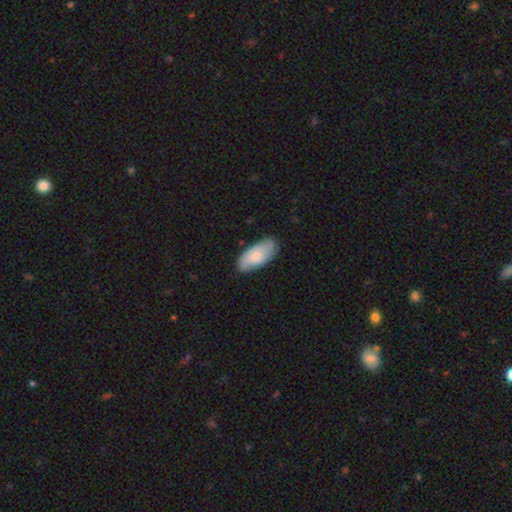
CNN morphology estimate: type=smooth (64%); roundness=in between (91%); merging=none (75%).